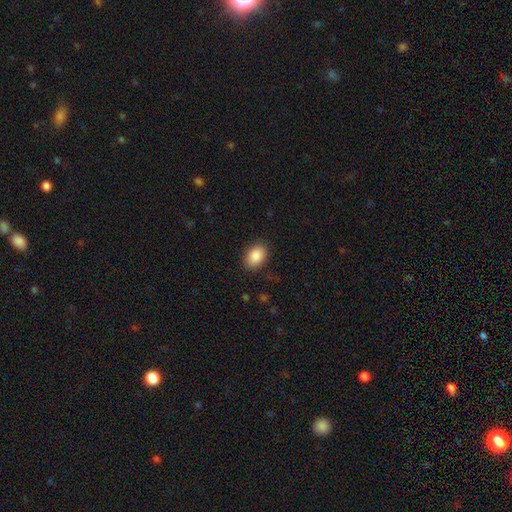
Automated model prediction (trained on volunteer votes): Smooth or featured? smooth (88%)
How rounded? in between (84%)
Merging? none (88%)